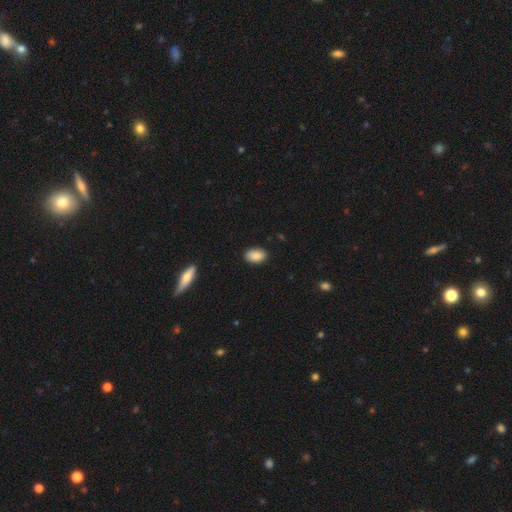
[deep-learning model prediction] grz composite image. It shows a smooth galaxy with no disk features (89%) that is in between round and cigar-shaped (91%). Merging: none (88%).